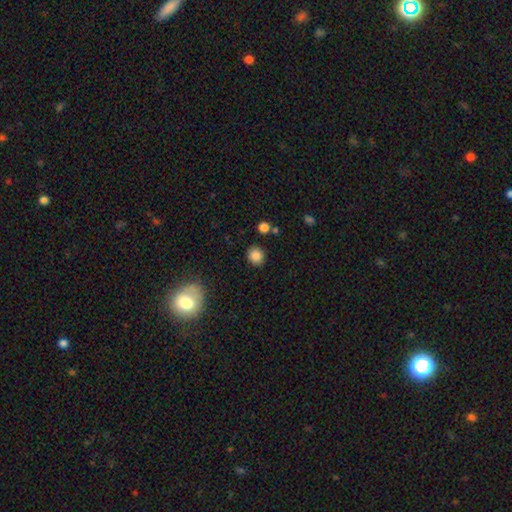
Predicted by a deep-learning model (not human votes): smooth-or-featured: smooth: 84% | star or artifact: 10% | featured or disk: 5%
  how-rounded: round: 80% | in between: 19% | cigar-shaped: 1%
  merging: none: 87% | minor disturbance: 7% | merger: 3% | major disturbance: 2%